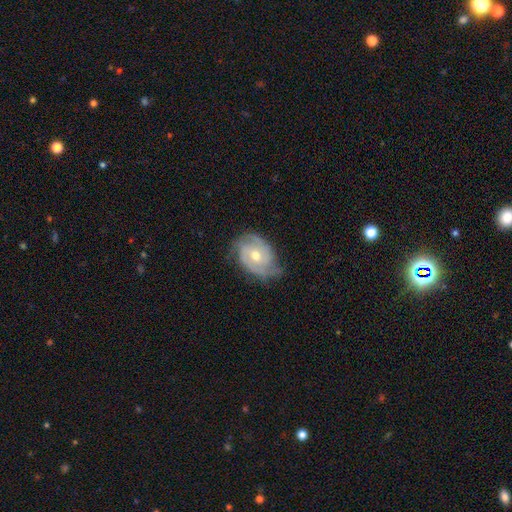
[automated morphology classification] Q: Smooth or featured?
A: featured or disk (83%); runner-up: smooth (11%)
Q: Edge-on disk?
A: no (96%); runner-up: yes (4%)
Q: Bar?
A: no (62%); runner-up: weak (30%)
Q: Spiral arms?
A: yes (94%); runner-up: no (6%)
Q: Spiral winding?
A: tight (54%); runner-up: medium (36%)
Q: Spiral arm count?
A: 2 (47%); runner-up: 3 (26%)
Q: Bulge size?
A: moderate (70%); runner-up: small (25%)
Q: Merging?
A: none (67%); runner-up: minor disturbance (24%)